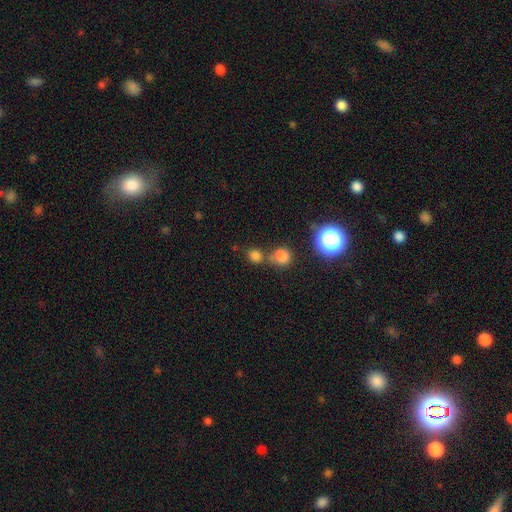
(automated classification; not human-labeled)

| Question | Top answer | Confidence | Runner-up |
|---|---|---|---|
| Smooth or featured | smooth | 76% | star or artifact (18%) |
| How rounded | round | 77% | in between (22%) |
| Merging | none | 54% | merger (34%) |